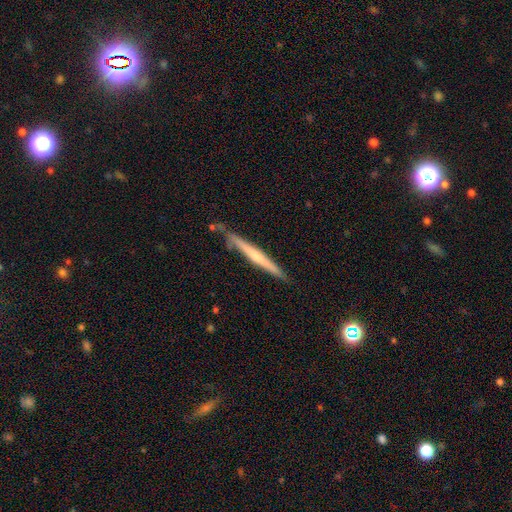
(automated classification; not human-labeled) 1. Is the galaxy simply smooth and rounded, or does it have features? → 67% featured or disk, 26% smooth, 7% star or artifact.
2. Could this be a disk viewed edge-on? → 97% yes, 3% no.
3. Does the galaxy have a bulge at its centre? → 55% rounded, 38% none, 7% boxy.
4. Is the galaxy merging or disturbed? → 85% none, 12% minor disturbance, 2% merger, 2% major disturbance.